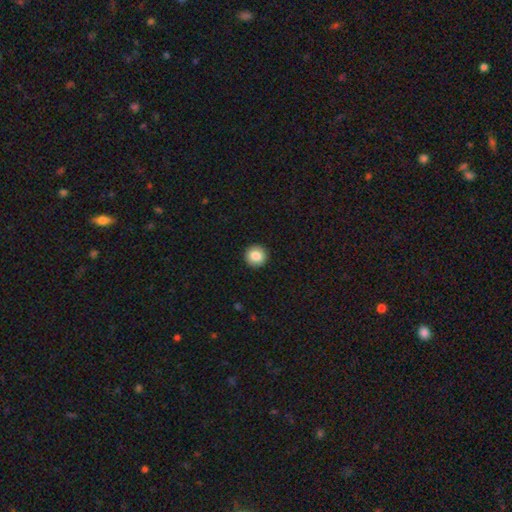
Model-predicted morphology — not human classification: smooth_or_featured: smooth (p=0.86) [alt: star or artifact p=0.08]
how_rounded: round (p=0.95) [alt: in between p=0.04]
merging: none (p=0.93) [alt: minor disturbance p=0.05]